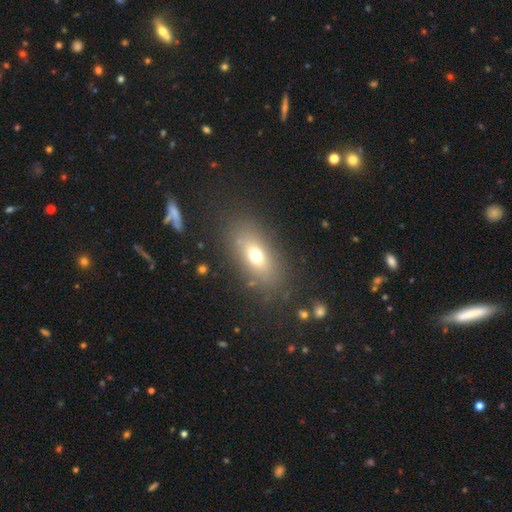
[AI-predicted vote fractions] Morphology: type=smooth (66%); roundness=in between (78%); merging=none (81%).